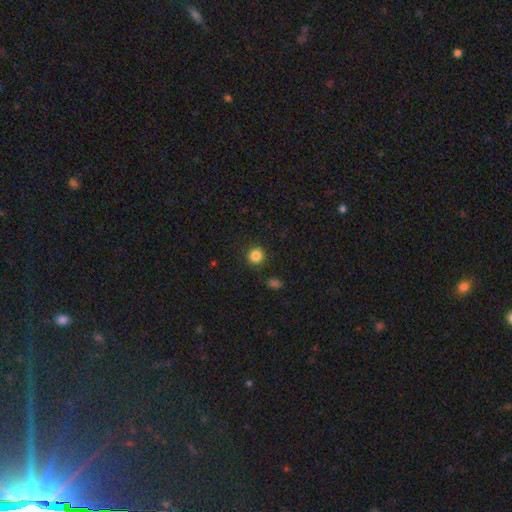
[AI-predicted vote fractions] The model was most divided on "smooth or featured": smooth: 84%, star or artifact: 12%, featured or disk: 4%. More confident: how rounded — round (92%); merging — none (90%).